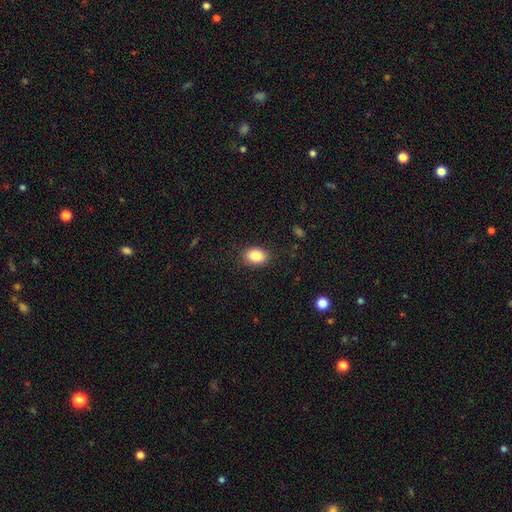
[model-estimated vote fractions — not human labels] smooth 86%, star or artifact 8%, featured or disk 6%. Down the decision tree: how rounded — in between (77%); merging — none (86%).